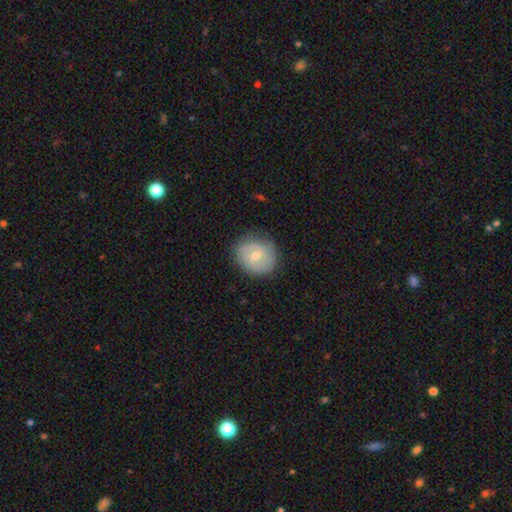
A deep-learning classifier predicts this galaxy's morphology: Smooth or featured?
  - smooth: 51% *
  - featured or disk: 42%
  - star or artifact: 7%
How rounded?
  - round: 73% *
  - in between: 26%
  - cigar-shaped: 1%
Merging?
  - none: 79% *
  - minor disturbance: 15%
  - major disturbance: 4%
  - merger: 1%